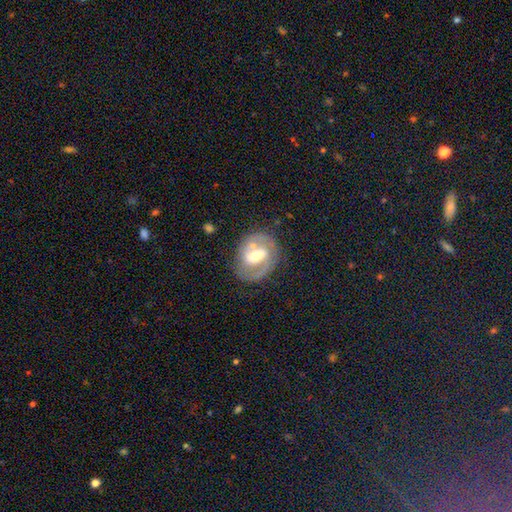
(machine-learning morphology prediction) This appears to be a featured or disk galaxy (77%) with a weak bar (43%), 2 (81%) medium (48%) spiral arms (84%) and a moderate central bulge (62%). Merging: none (72%).